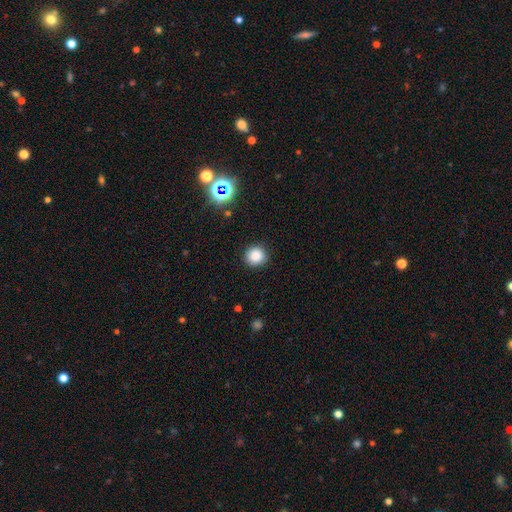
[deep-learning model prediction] Smooth or featured?
  - smooth: 84% *
  - star or artifact: 12%
  - featured or disk: 4%
How rounded?
  - round: 91% *
  - in between: 8%
  - cigar-shaped: 1%
Merging?
  - none: 89% *
  - minor disturbance: 8%
  - major disturbance: 2%
  - merger: 1%